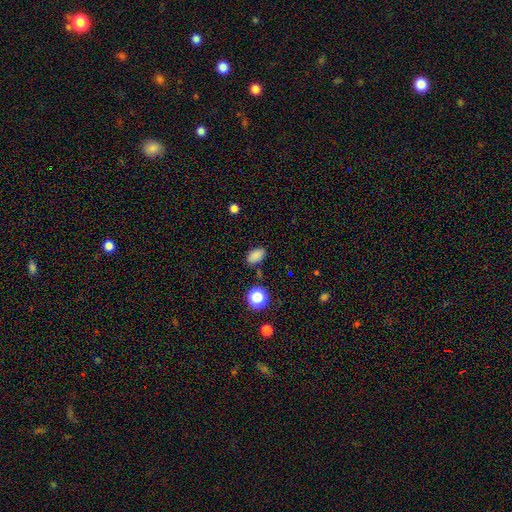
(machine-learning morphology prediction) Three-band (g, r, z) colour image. It shows a smooth galaxy with no disk features (84%) that is in between round and cigar-shaped (88%). Merging: none (83%).